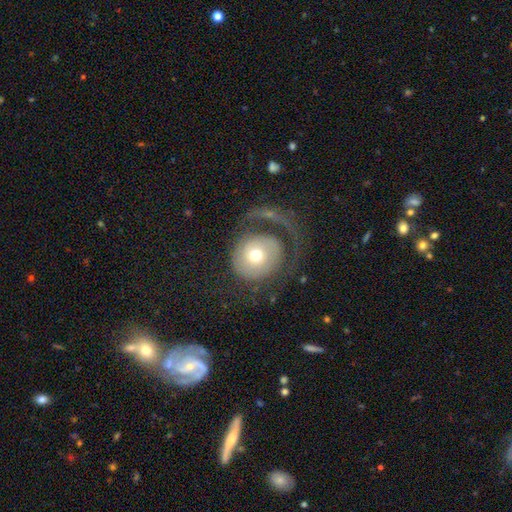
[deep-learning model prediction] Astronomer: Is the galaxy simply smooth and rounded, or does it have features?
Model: featured or disk — 46%, tied with smooth at 46%.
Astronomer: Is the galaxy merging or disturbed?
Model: major disturbance — 53% (runner-up: none, 31%).